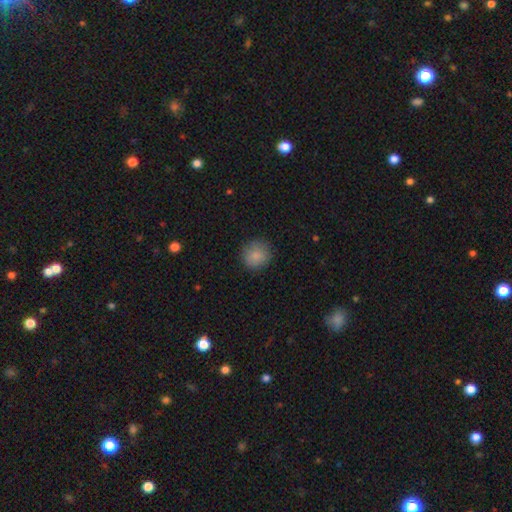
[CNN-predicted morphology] smooth-or-featured: smooth: 86% | star or artifact: 9% | featured or disk: 5%
  how-rounded: round: 91% | in between: 8% | cigar-shaped: 1%
  merging: none: 86% | minor disturbance: 10% | major disturbance: 3% | merger: 1%